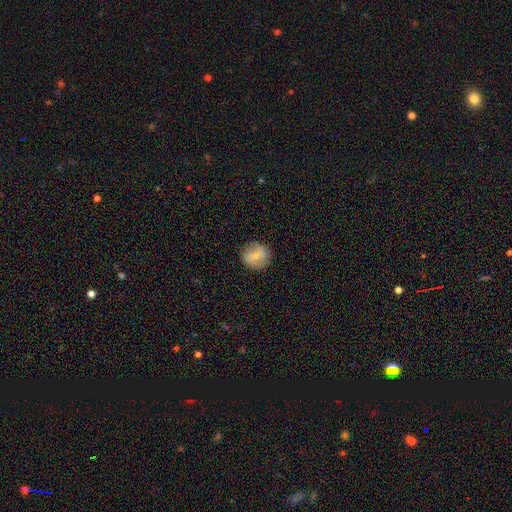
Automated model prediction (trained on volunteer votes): Morphology: type=smooth (63%); roundness=round (89%); merging=none (85%).